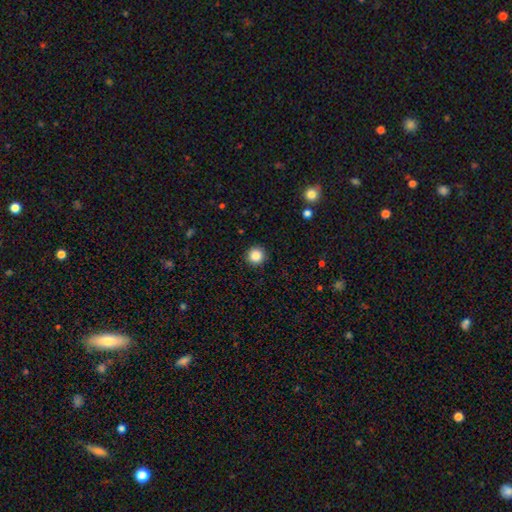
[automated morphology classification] Overall: smooth (86%). How rounded: round (96%). Merging: none (93%).